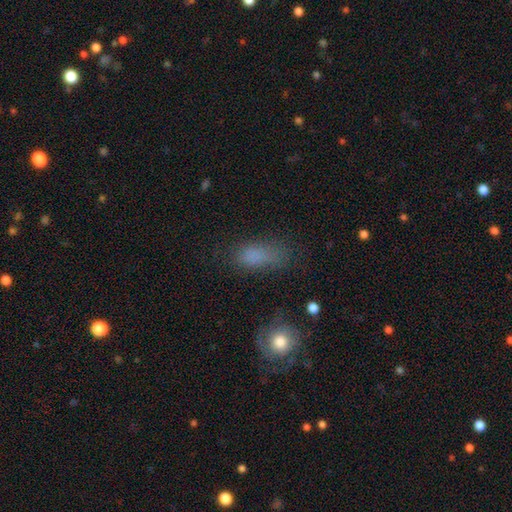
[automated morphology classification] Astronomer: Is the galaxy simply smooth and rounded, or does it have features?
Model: smooth — 77%.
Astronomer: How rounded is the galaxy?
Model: in between — 78%.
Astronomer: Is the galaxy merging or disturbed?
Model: none — 55%.